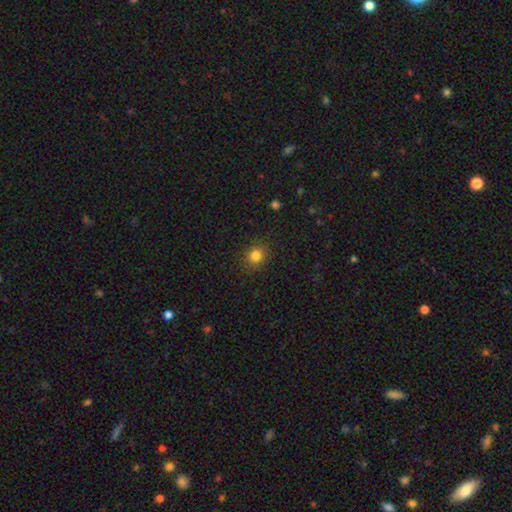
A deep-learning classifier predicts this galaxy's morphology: Smooth or featured? Predicted: smooth (p=0.82). How rounded? Predicted: round (p=0.82). Merging? Predicted: none (p=0.89).